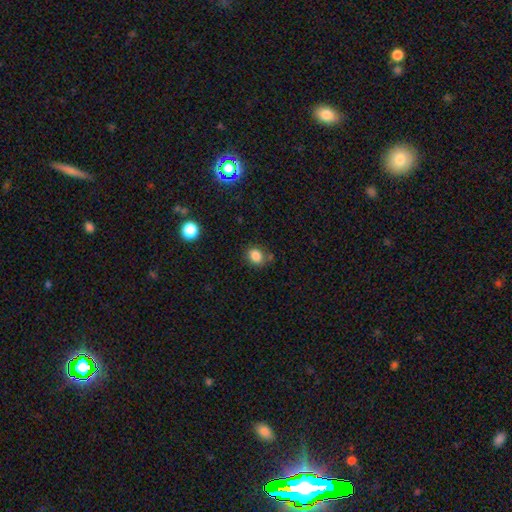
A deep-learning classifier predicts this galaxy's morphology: This is clearly a smooth galaxy (84%). How rounded: possibly round (55%). Merging: likely none (72%).